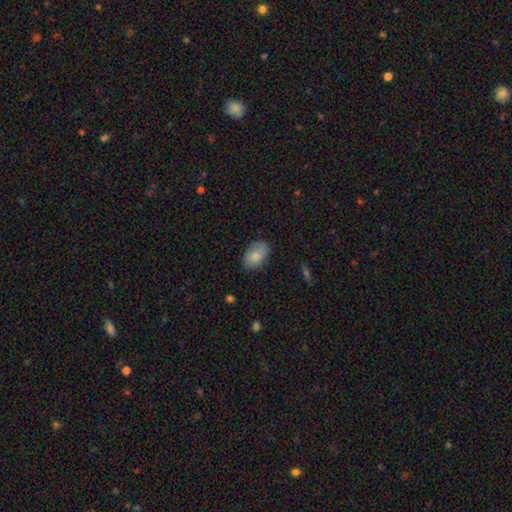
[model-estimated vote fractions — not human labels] Smooth or featured? smooth (80%)
How rounded? in between (88%)
Merging? none (74%)